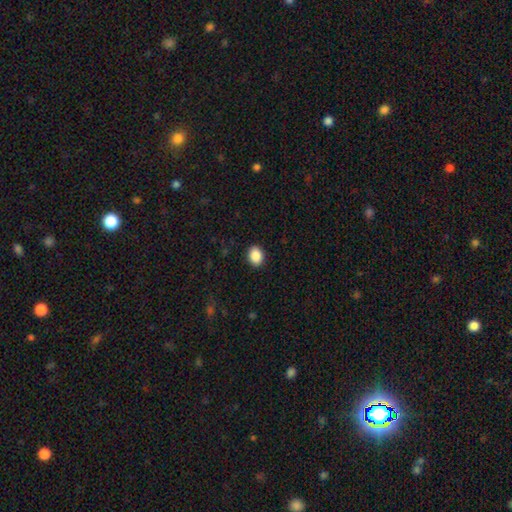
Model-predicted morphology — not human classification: Smooth or featured?
  - smooth: 89% *
  - star or artifact: 8%
  - featured or disk: 3%
How rounded?
  - in between: 62% *
  - round: 37%
  - cigar-shaped: 1%
Merging?
  - none: 90% *
  - minor disturbance: 7%
  - major disturbance: 2%
  - merger: 1%